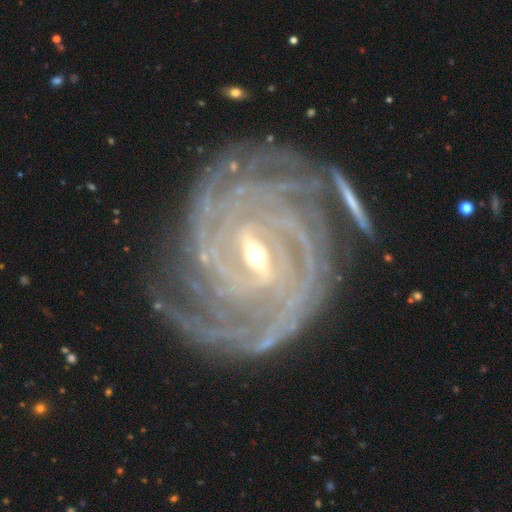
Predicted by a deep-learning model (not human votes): This is clearly a featured or disk galaxy (92%). It is clearly not viewed edge-on (97%). Bar: possibly strong (47%). Spiral arm pattern: clearly yes (99%). Spiral arm count: marginally 4 (29%). Spiral winding: clearly tight (82%). Central bulge: possibly small (50%). Merging: likely none (75%).